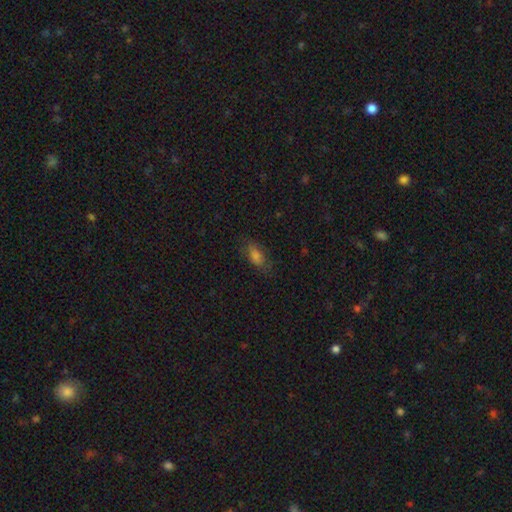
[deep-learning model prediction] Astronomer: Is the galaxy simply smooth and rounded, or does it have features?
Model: smooth — 73%.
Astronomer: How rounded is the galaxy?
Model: in between — 80%.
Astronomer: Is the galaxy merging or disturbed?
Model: none — 75%.